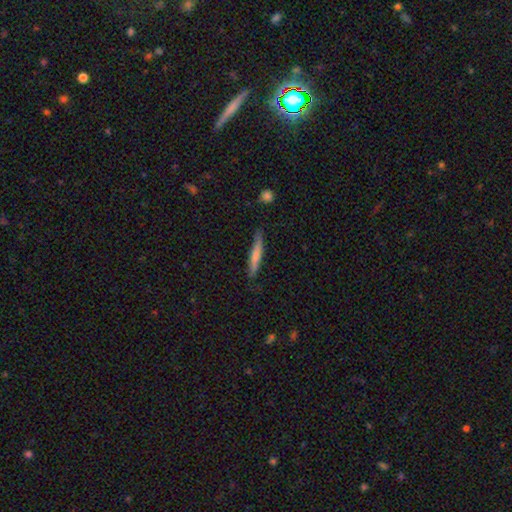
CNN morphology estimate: A smooth galaxy with no disk features (69%) that is cigar-shaped (93%). Merging: none (79%).